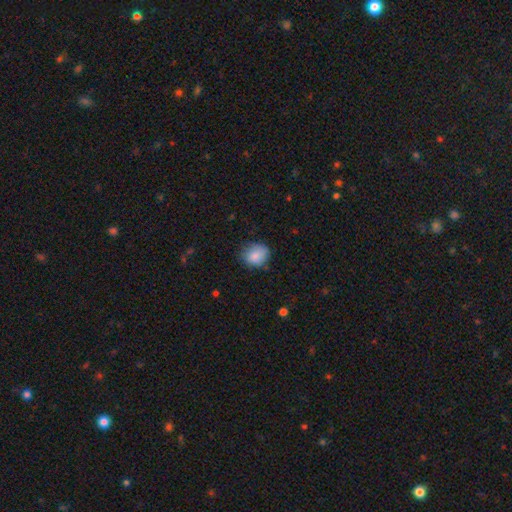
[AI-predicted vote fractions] The model was most divided on "how rounded": round: 65%, in between: 34%, cigar-shaped: 1%. More confident: smooth or featured — smooth (84%); merging — none (69%).